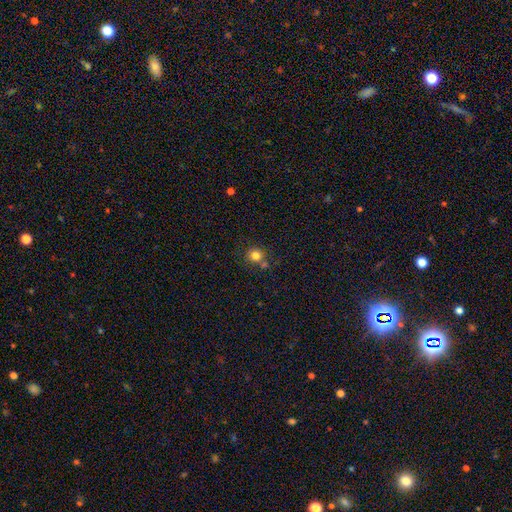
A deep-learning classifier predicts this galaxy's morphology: The model was most divided on "merging": none: 66%, merger: 21%, minor disturbance: 10%, major disturbance: 3%. More confident: how rounded — round (89%); smooth or featured — smooth (80%).